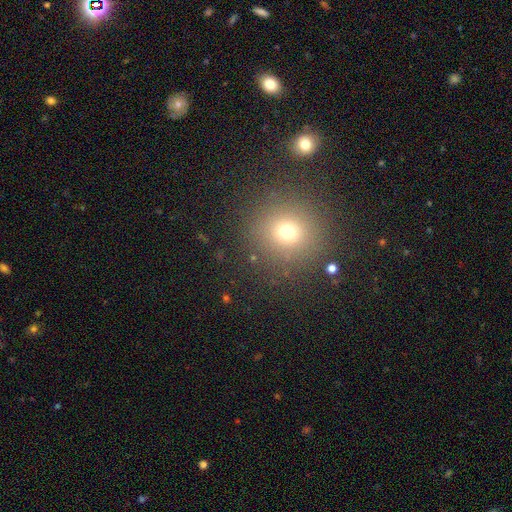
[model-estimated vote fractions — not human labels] A smooth galaxy with no disk features (63%) that is round (93%).

Vote fractions:
- Smooth or featured? smooth: 63% / star or artifact: 28% / featured or disk: 9%
- How rounded? round: 93% / in between: 6% / cigar-shaped: 1%
- Merging? none: 88% / minor disturbance: 6% / major disturbance: 3% / merger: 2%